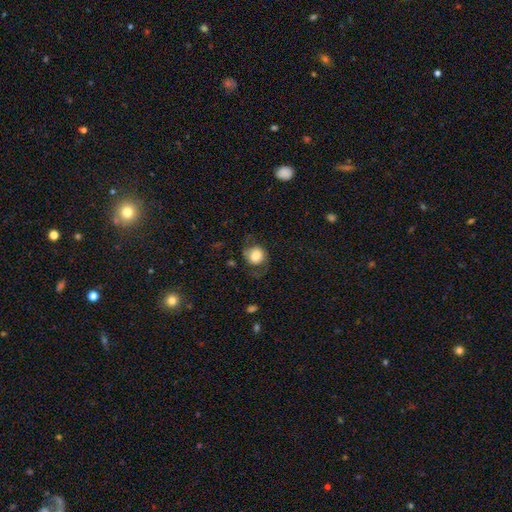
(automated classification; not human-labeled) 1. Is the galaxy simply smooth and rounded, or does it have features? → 67% smooth, 25% featured or disk, 8% star or artifact.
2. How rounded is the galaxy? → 77% round, 22% in between, 1% cigar-shaped.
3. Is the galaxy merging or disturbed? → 64% none, 19% minor disturbance, 16% major disturbance, 2% merger.